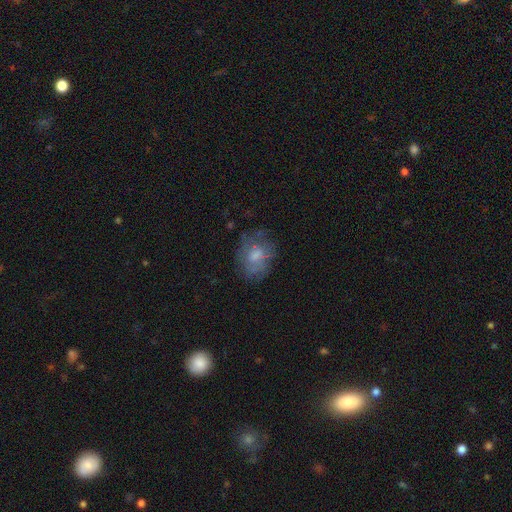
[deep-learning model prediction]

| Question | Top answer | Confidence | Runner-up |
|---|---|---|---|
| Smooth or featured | smooth | 54% | featured or disk (35%) |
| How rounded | in between | 56% | round (42%) |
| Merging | none | 60% | minor disturbance (23%) |